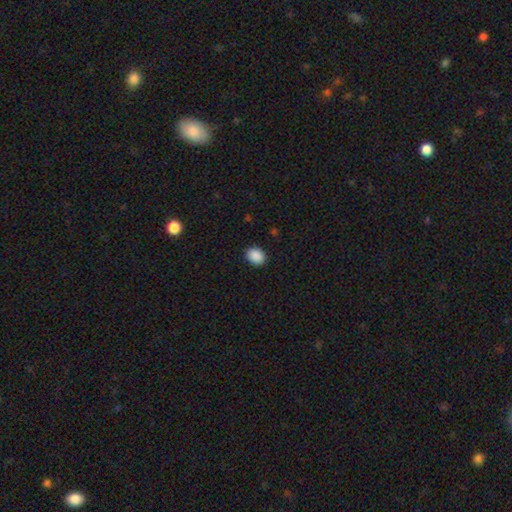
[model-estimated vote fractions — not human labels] smooth_or_featured: smooth (p=0.90) [alt: star or artifact p=0.08]
how_rounded: in between (p=0.59) [alt: round p=0.40]
merging: none (p=0.90) [alt: minor disturbance p=0.07]